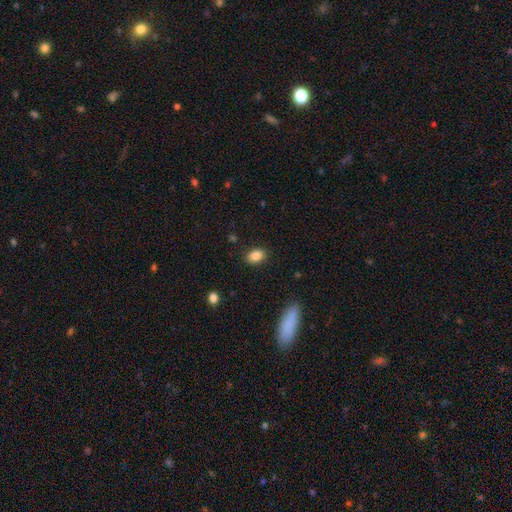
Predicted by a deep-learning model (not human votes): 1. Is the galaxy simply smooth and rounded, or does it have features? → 86% smooth, 9% star or artifact, 5% featured or disk.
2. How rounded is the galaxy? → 81% in between, 17% round, 1% cigar-shaped.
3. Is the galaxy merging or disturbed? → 87% none, 9% minor disturbance, 3% major disturbance, 1% merger.